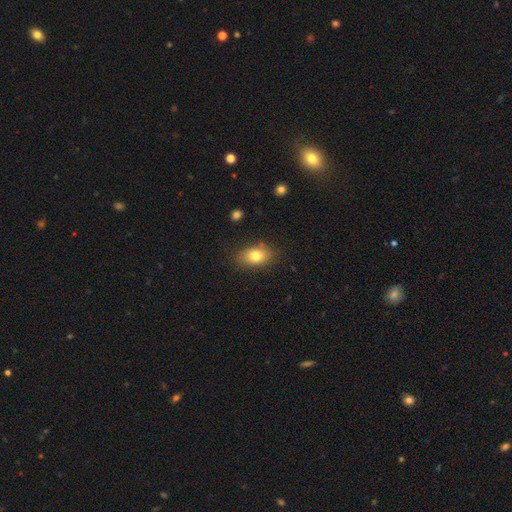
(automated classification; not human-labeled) Overall: smooth (78%). How rounded: in between (85%). Merging: none (81%).